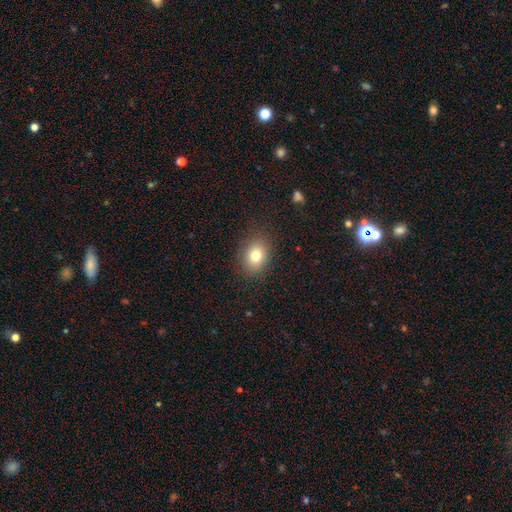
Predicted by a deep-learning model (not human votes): Smooth or featured? Predicted: smooth (p=0.78). How rounded? Predicted: in between (p=0.59). Merging? Predicted: none (p=0.86).